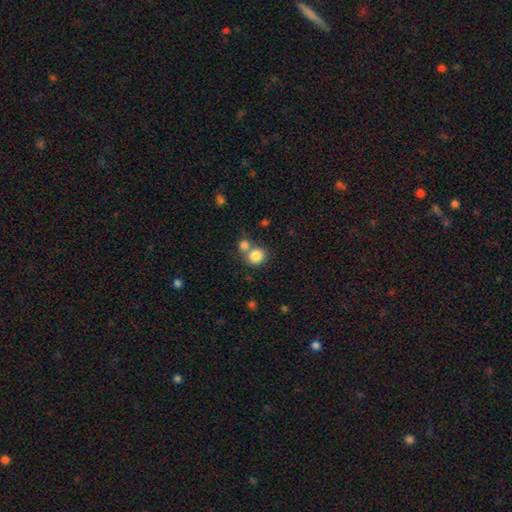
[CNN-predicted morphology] A smooth galaxy with no disk features (83%) that is round (78%). Merging: none (53%).